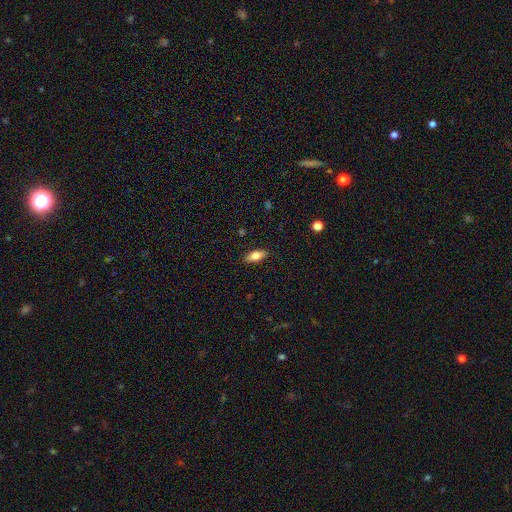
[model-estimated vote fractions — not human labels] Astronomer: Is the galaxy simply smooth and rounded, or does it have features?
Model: smooth — 75%.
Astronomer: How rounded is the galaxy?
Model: in between — 83%.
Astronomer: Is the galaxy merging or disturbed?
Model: none — 88%.